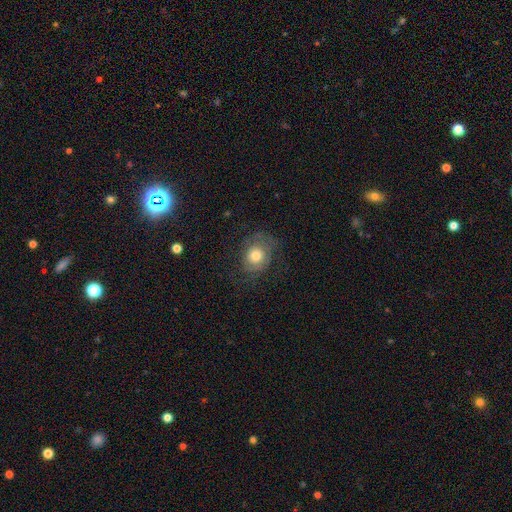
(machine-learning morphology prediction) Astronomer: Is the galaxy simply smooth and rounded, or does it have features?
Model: smooth — 47% (runner-up: featured or disk, 43%).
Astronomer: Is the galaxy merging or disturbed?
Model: none — 65%.